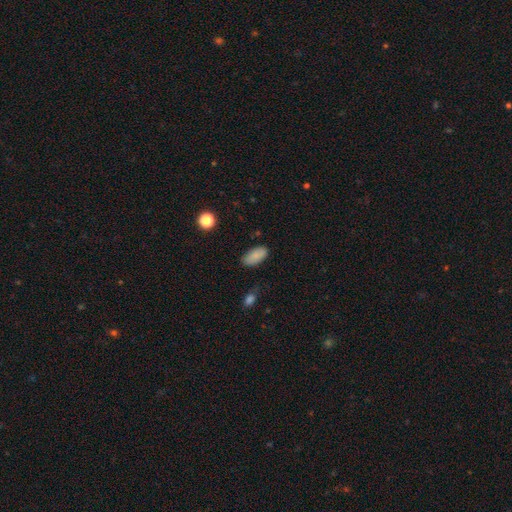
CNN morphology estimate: The model was most divided on "merging": none: 82%, minor disturbance: 13%, major disturbance: 3%, merger: 2%. More confident: how rounded — in between (92%); smooth or featured — smooth (86%).